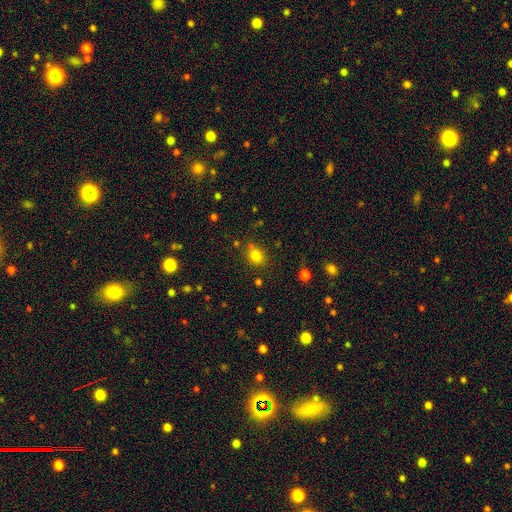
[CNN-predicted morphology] smooth 78%, star or artifact 15%, featured or disk 6%. Down the decision tree: how rounded — round (69%); merging — none (76%).